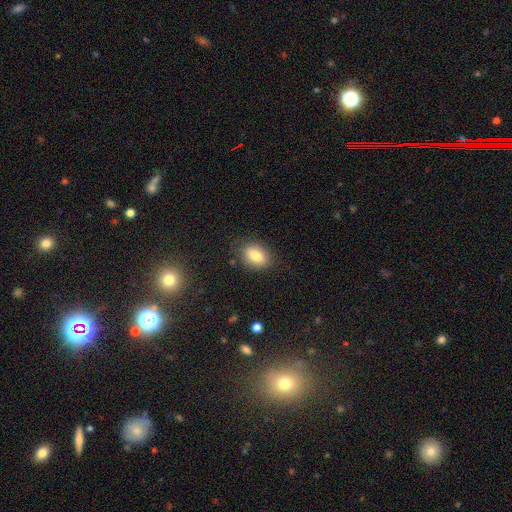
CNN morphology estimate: This is likely a smooth galaxy (78%). How rounded: likely in between (76%). Merging: clearly none (81%).